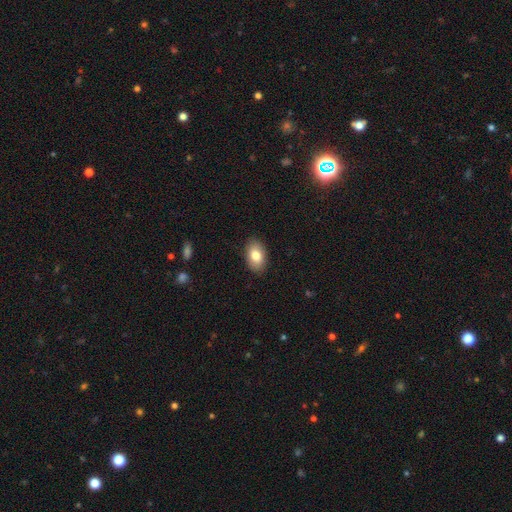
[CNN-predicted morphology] Smooth or featured: smooth — 81% (featured or disk — 12%)
How rounded: in between — 90% (round — 9%)
Merging: none — 88% (minor disturbance — 9%)